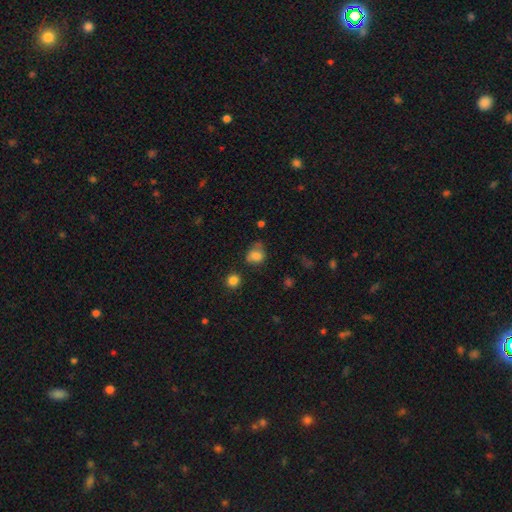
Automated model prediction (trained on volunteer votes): A smooth galaxy with no disk features (78%) that is round (61%).

Vote fractions:
- Smooth or featured? smooth: 78% / star or artifact: 12% / featured or disk: 10%
- How rounded? round: 61% / in between: 38% / cigar-shaped: 1%
- Merging? none: 51% / minor disturbance: 30% / major disturbance: 13% / merger: 5%